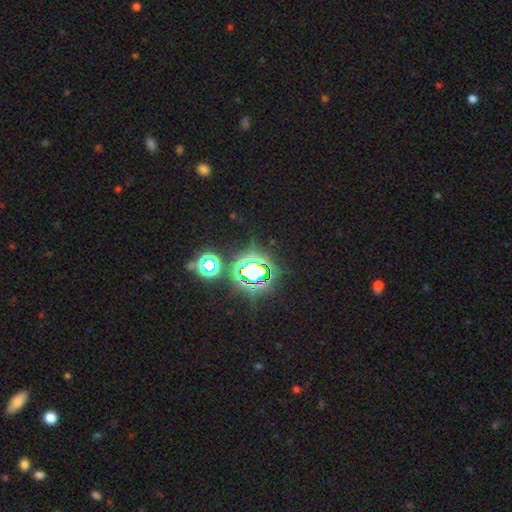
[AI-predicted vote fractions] Overall: star or artifact (79%).